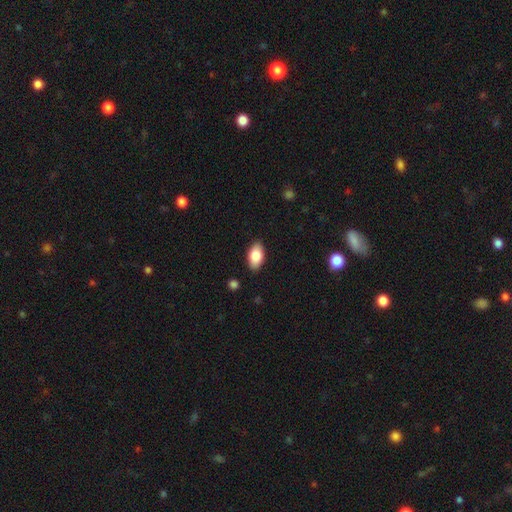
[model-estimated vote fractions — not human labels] smooth 83%, featured or disk 10%, star or artifact 7%. Down the decision tree: how rounded — in between (94%); merging — none (88%).